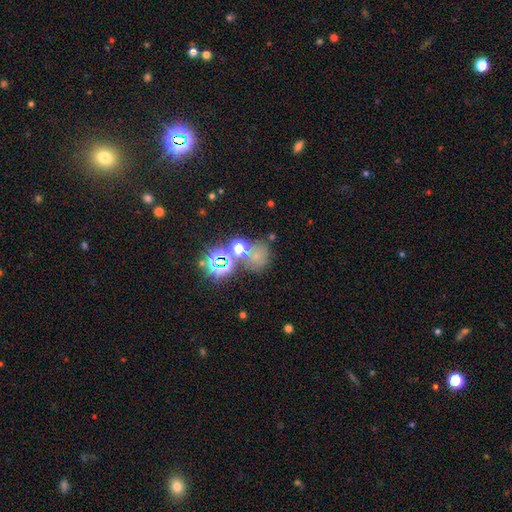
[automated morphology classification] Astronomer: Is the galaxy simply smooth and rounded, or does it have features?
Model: smooth — 46% (runner-up: star or artifact, 44%).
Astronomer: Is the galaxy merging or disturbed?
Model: none — 53%.